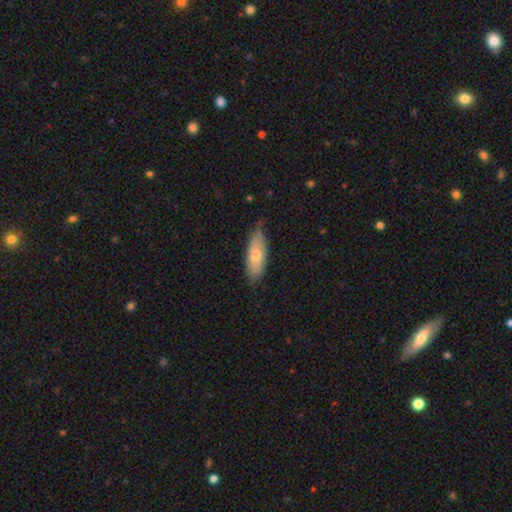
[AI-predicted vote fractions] Morphology: type=smooth (67%); roundness=in between (67%); merging=none (70%).